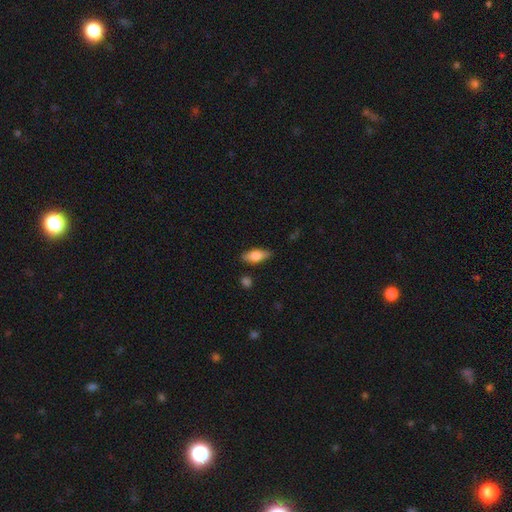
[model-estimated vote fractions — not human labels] This is likely a smooth galaxy (66%). How rounded: likely in between (75%). Merging: clearly none (83%).